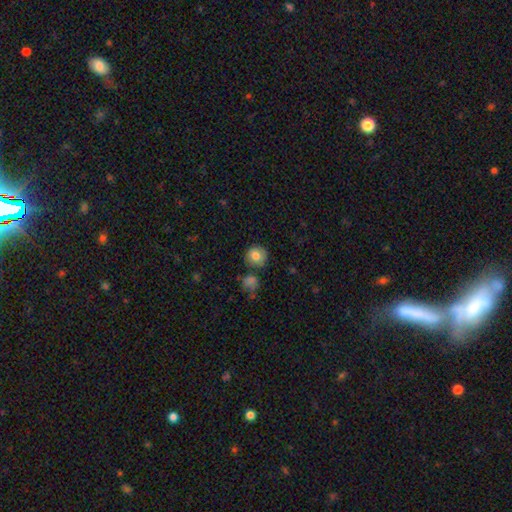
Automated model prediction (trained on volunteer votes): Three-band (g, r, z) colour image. It shows a smooth galaxy with no disk features (81%) that is round (90%). Merging: none (78%).